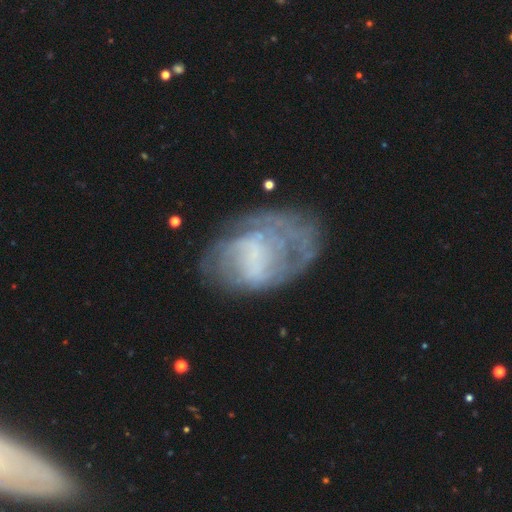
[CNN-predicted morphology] This is likely a featured or disk galaxy (68%). It is clearly not viewed edge-on (97%). Bar: possibly no (60%). Spiral arm pattern: likely yes (62%). Central bulge: likely none (61%). Merging: possibly none (50%).